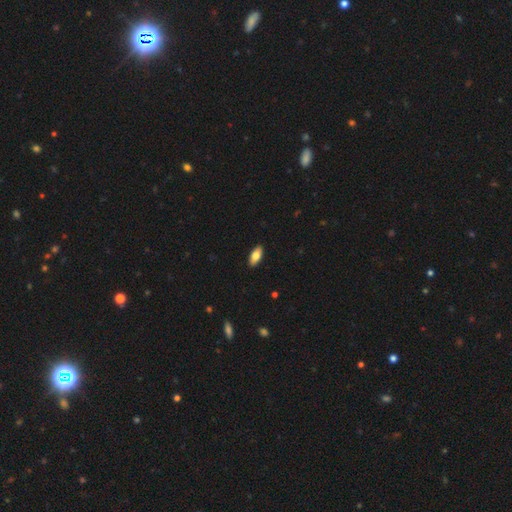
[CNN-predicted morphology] Smooth or featured: smooth — 80% (featured or disk — 14%)
How rounded: in between — 87% (cigar-shaped — 11%)
Merging: none — 90% (minor disturbance — 7%)